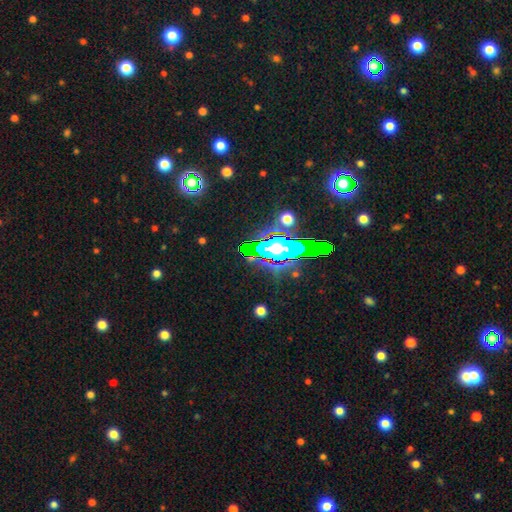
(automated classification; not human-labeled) Smooth or featured?
  - star or artifact: 55% *
  - featured or disk: 24%
  - smooth: 21%